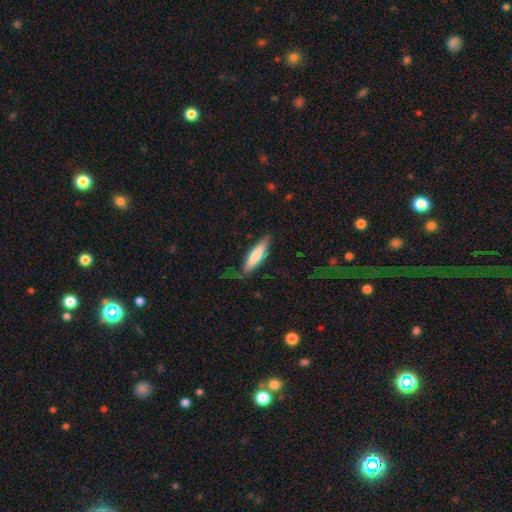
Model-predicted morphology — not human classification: The model was most divided on "smooth or featured": smooth: 71%, featured or disk: 24%, star or artifact: 5%. More confident: how rounded — cigar-shaped (74%); merging — none (73%).